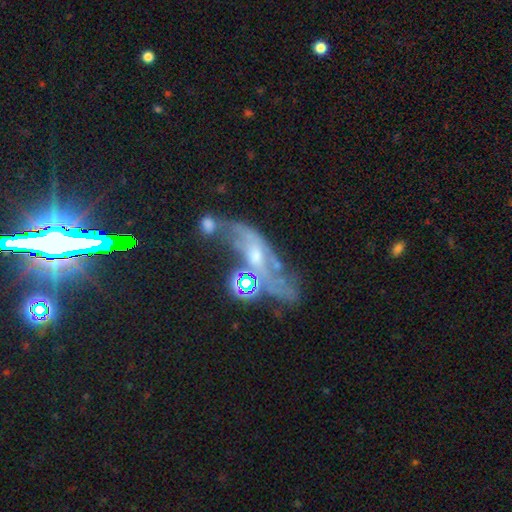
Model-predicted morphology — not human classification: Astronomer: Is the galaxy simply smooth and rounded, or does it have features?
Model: featured or disk — 64%.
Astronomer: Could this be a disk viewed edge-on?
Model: no — 80%.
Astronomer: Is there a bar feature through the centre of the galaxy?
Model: no — 56% (runner-up: weak, 32%).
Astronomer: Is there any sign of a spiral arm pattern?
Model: yes — 71%.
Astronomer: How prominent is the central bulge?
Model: small — 49% (runner-up: moderate, 38%).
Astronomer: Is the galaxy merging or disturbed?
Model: none — 35% (runner-up: merger, 27%).